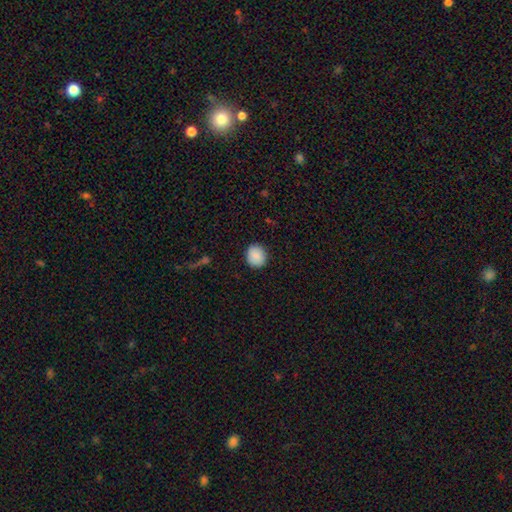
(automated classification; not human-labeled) Overall: smooth (89%). How rounded: round (75%). Merging: none (88%).